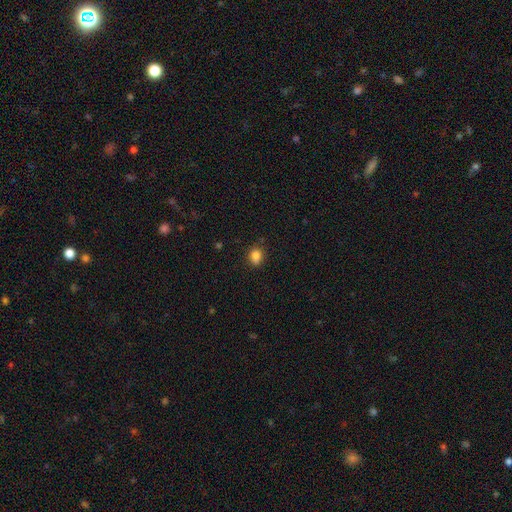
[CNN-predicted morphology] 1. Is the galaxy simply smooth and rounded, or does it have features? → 82% smooth, 11% star or artifact, 6% featured or disk.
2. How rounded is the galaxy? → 53% round, 45% in between, 1% cigar-shaped.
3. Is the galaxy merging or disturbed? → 66% none, 23% minor disturbance, 6% merger, 5% major disturbance.